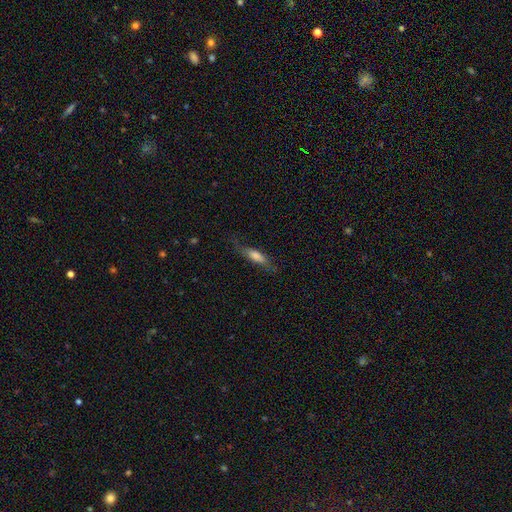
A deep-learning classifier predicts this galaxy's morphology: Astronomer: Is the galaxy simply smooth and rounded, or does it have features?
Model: smooth — 54% (runner-up: featured or disk, 38%).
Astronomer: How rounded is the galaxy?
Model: cigar-shaped — 66%.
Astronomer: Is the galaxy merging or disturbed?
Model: none — 67%.